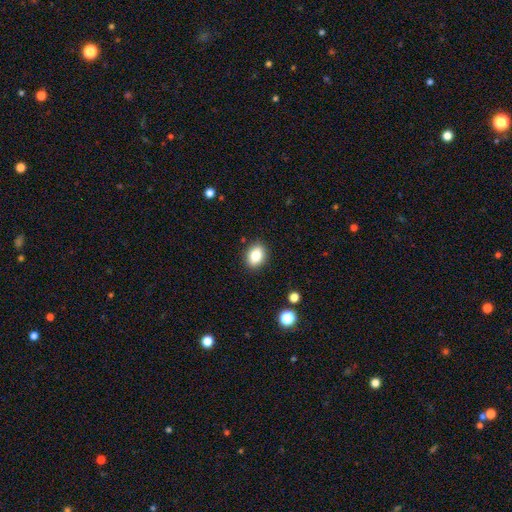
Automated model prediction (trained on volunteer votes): Smooth or featured?
  - smooth: 83% *
  - star or artifact: 9%
  - featured or disk: 7%
How rounded?
  - in between: 66% *
  - round: 33%
  - cigar-shaped: 1%
Merging?
  - none: 88% *
  - minor disturbance: 9%
  - major disturbance: 2%
  - merger: 1%